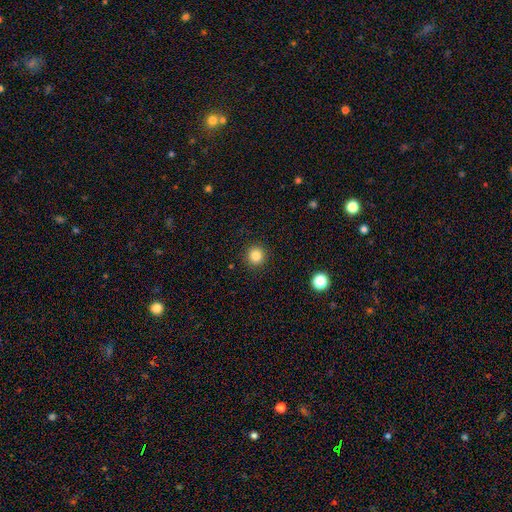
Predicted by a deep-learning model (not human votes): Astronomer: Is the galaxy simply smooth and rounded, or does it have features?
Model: smooth — 84%.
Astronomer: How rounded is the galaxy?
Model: round — 94%.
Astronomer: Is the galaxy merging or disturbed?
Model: none — 92%.